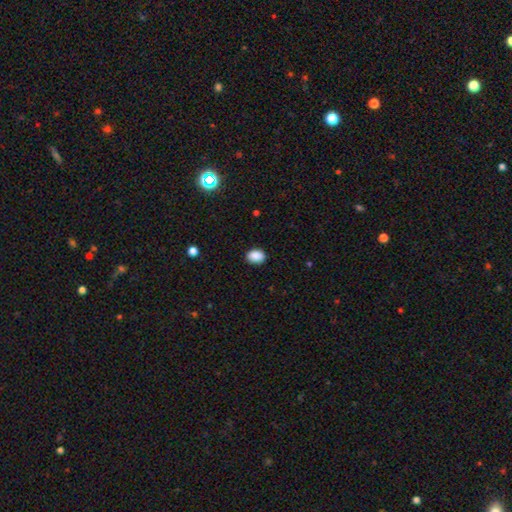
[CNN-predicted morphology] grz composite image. It shows a smooth galaxy with no disk features (89%) that is in between round and cigar-shaped (73%). Merging: none (89%).